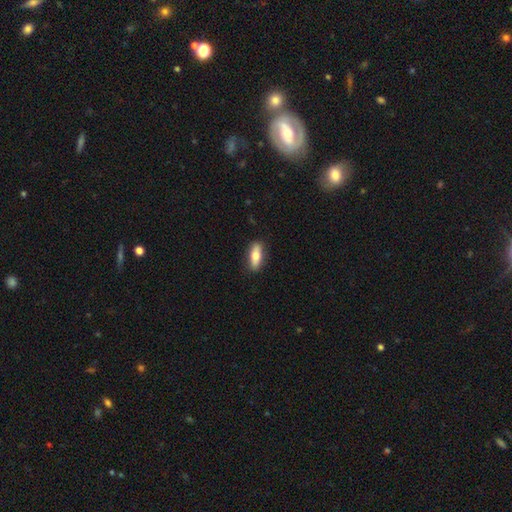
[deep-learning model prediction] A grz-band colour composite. It shows a smooth galaxy with no disk features (70%) that is in between round and cigar-shaped (65%). Merging: none (87%).